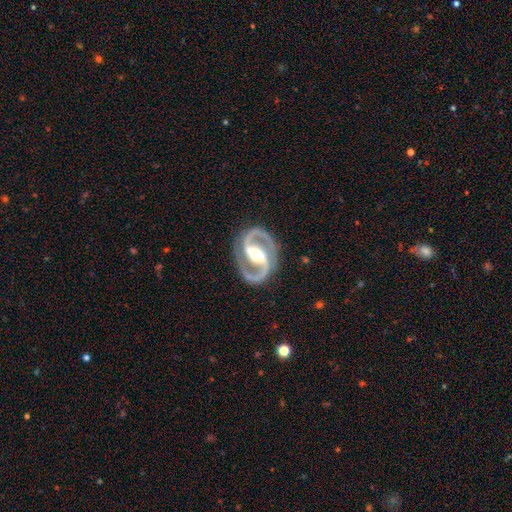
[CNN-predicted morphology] A featured or disk galaxy (94%) with a strong bar (58%), 2 (95%) medium (66%) spiral arms (98%) and a moderate central bulge (70%). Merging: none (86%).